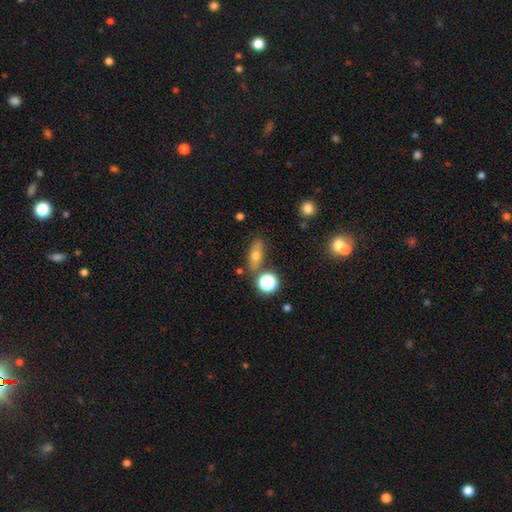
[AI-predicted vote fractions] The model was most divided on "smooth or featured": smooth: 65%, featured or disk: 22%, star or artifact: 14%. More confident: merging — none (76%); how rounded — in between (64%).